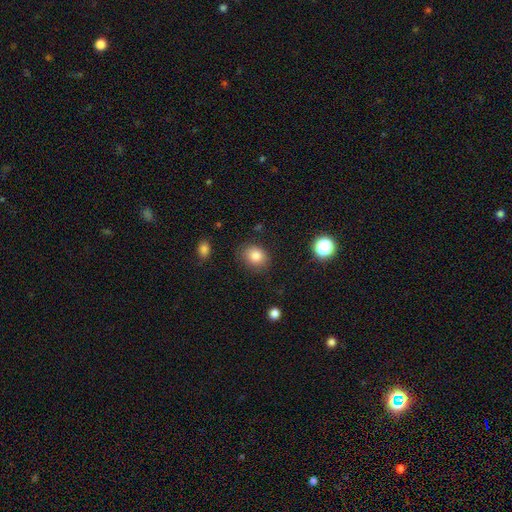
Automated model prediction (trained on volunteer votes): smooth_or_featured: smooth (p=0.83) [alt: star or artifact p=0.11]
how_rounded: round (p=0.56) [alt: in between p=0.44]
merging: none (p=0.80) [alt: minor disturbance p=0.14]